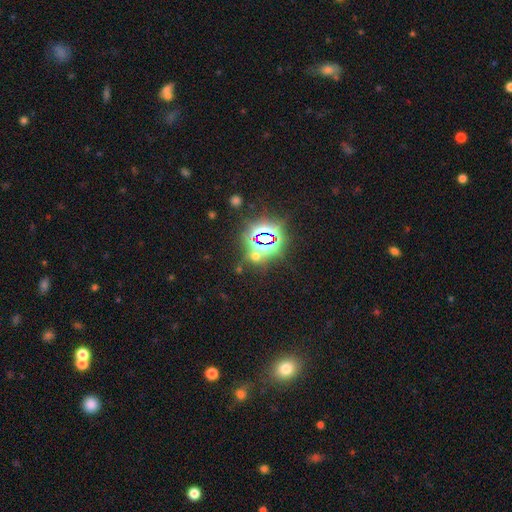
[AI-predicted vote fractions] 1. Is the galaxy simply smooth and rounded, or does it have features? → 74% star or artifact, 19% smooth, 8% featured or disk.